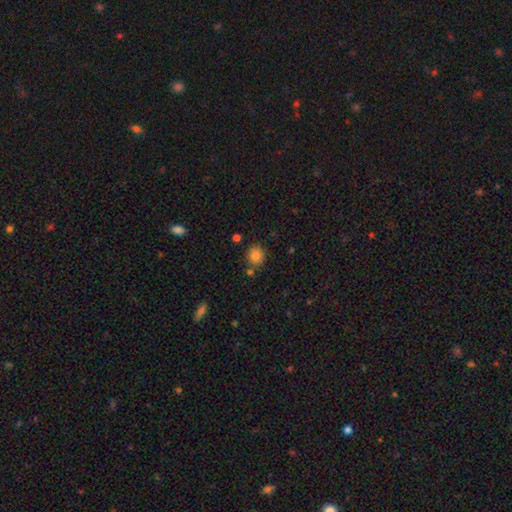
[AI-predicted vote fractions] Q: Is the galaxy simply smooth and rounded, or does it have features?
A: smooth — 82%.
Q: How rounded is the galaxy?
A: round — 77%.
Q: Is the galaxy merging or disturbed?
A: none — 76%.